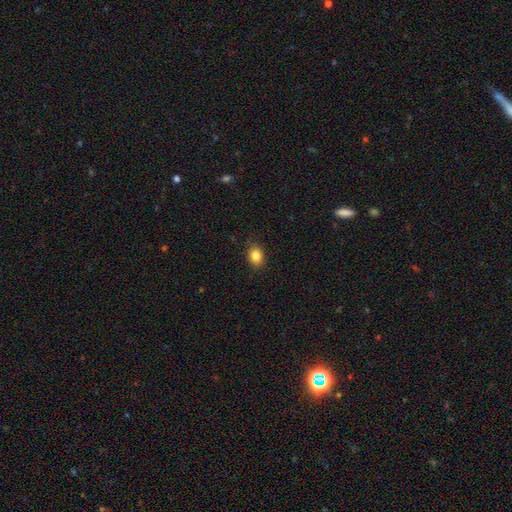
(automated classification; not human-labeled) Smooth or featured: smooth — 85% (star or artifact — 10%)
How rounded: in between — 55% (round — 44%)
Merging: none — 86% (minor disturbance — 10%)